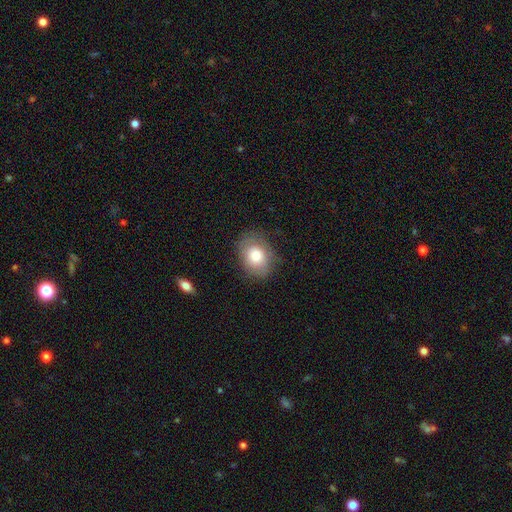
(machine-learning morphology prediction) A smooth galaxy with no disk features (77%) that is in between round and cigar-shaped (56%).

Vote fractions:
- Smooth or featured? smooth: 77% / featured or disk: 15% / star or artifact: 8%
- How rounded? in between: 56% / round: 43% / cigar-shaped: 1%
- Merging? none: 77% / minor disturbance: 16% / major disturbance: 5% / merger: 1%